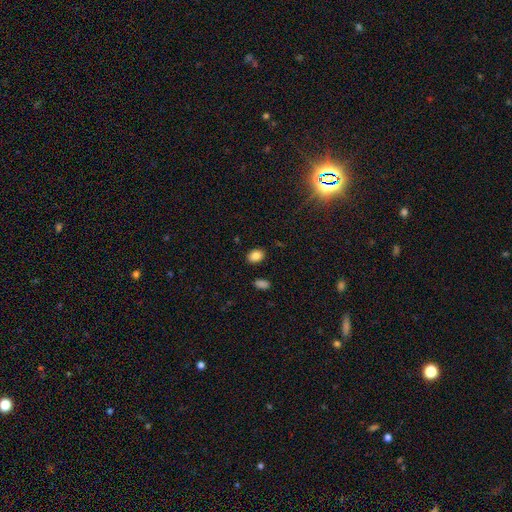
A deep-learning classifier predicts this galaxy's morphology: A smooth galaxy with no disk features (86%) that is in between round and cigar-shaped (72%). Merging: none (87%).